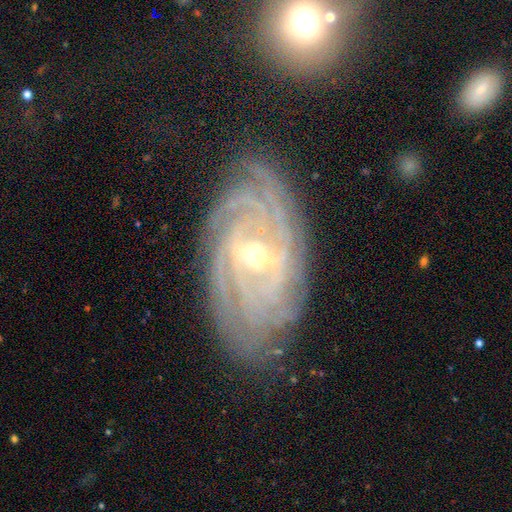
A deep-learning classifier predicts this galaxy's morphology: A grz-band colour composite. It shows a featured or disk galaxy (90%) with a weak bar (45%), 4 (31%) tight (82%) spiral arms (98%) and a moderate central bulge (53%). Merging: none (79%).